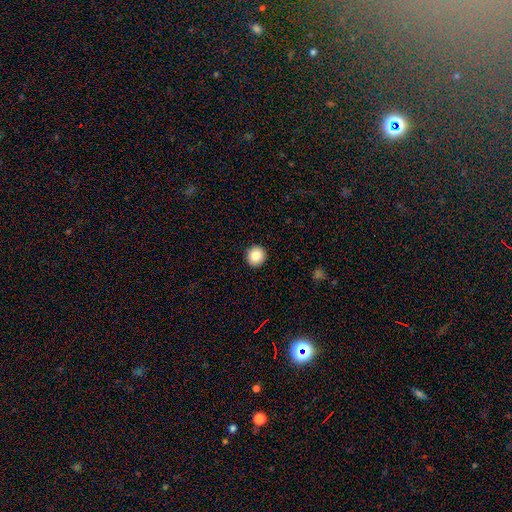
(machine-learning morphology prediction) This is clearly a smooth galaxy (85%). How rounded: clearly round (95%). Merging: clearly none (93%).